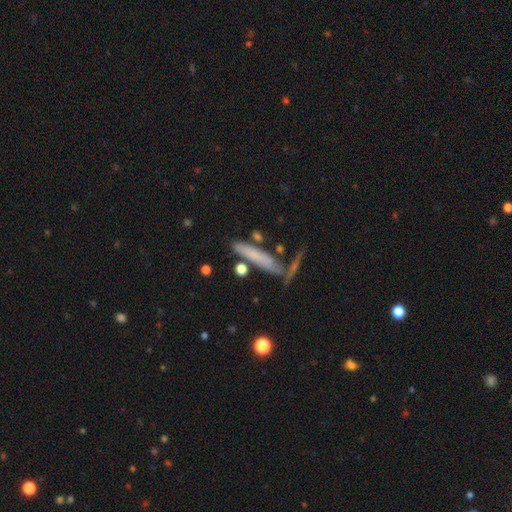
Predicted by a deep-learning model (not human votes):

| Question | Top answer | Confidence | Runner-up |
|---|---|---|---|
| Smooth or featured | smooth | 63% | featured or disk (27%) |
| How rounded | cigar-shaped | 84% | in between (13%) |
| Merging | none | 61% | minor disturbance (17%) |